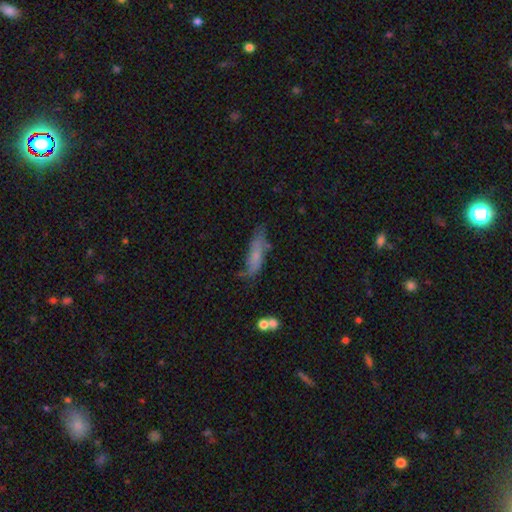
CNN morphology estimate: Smooth or featured: smooth — 59% (featured or disk — 32%)
How rounded: cigar-shaped — 62% (in between — 35%)
Merging: none — 52% (minor disturbance — 30%)